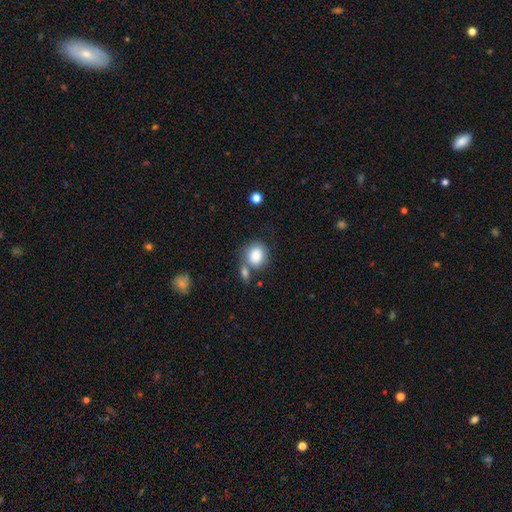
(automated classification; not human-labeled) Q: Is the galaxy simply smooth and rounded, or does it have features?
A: smooth — 86%.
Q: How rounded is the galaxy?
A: round — 66%.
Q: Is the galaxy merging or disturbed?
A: none — 52%.